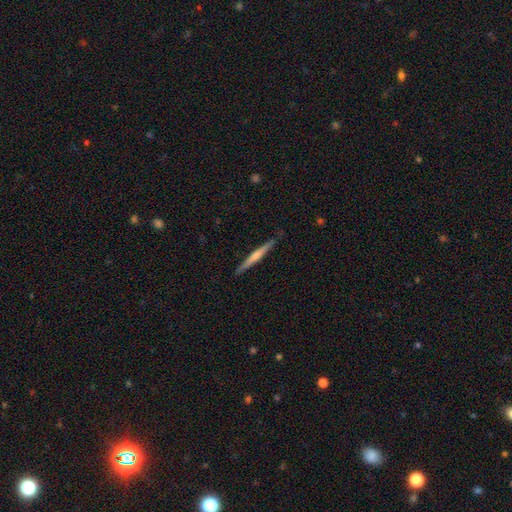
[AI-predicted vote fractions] This is possibly a smooth galaxy (48%). Merging: clearly none (90%).